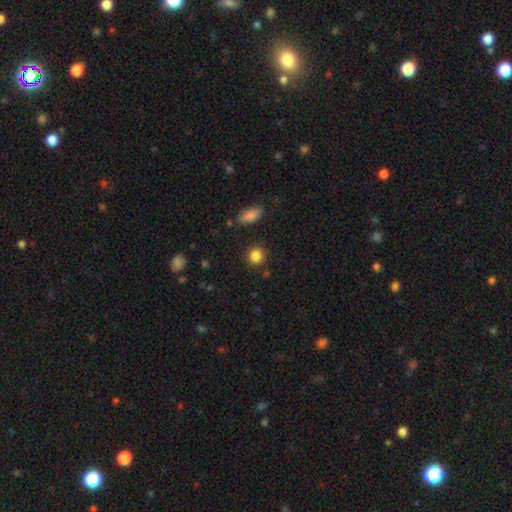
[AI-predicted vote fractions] Smooth or featured? Predicted: smooth (p=0.86). How rounded? Predicted: round (p=0.84). Merging? Predicted: none (p=0.86).